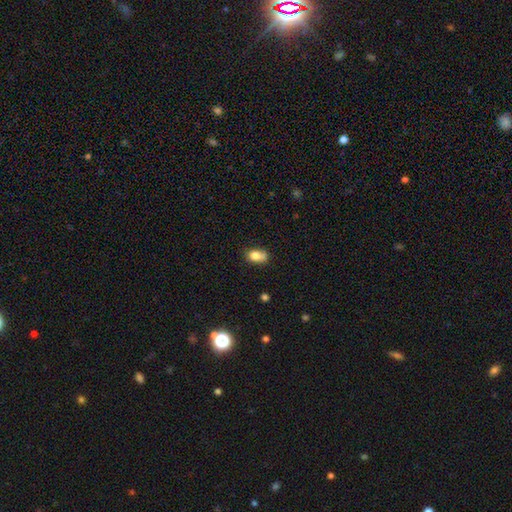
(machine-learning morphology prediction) type=smooth (77%); roundness=in between (66%); merging=none (45%).